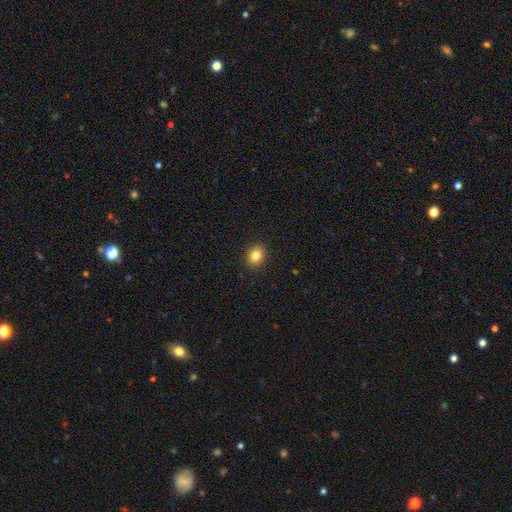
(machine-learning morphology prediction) Overall: smooth (82%). How rounded: round (70%). Merging: none (92%).